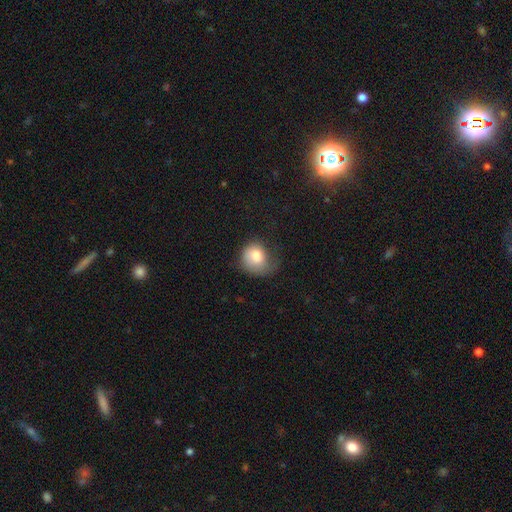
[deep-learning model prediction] smooth 78%, featured or disk 14%, star or artifact 8%. Down the decision tree: how rounded — round (62%); merging — none (35%).